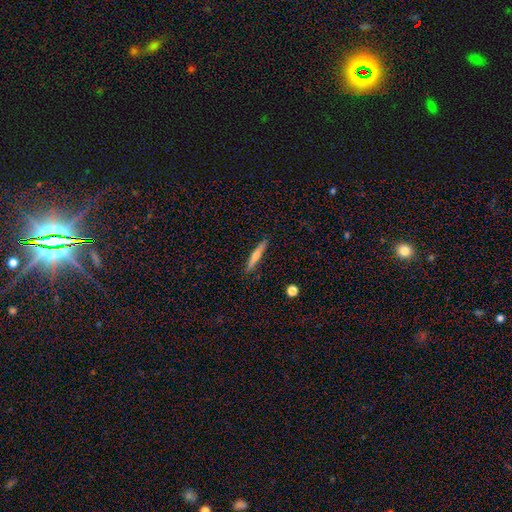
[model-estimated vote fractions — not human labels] A smooth galaxy with no disk features (48%).

Vote fractions:
- Smooth or featured? smooth: 48% / featured or disk: 45% / star or artifact: 7%
- Merging? none: 90% / minor disturbance: 7% / major disturbance: 1% / merger: 1%